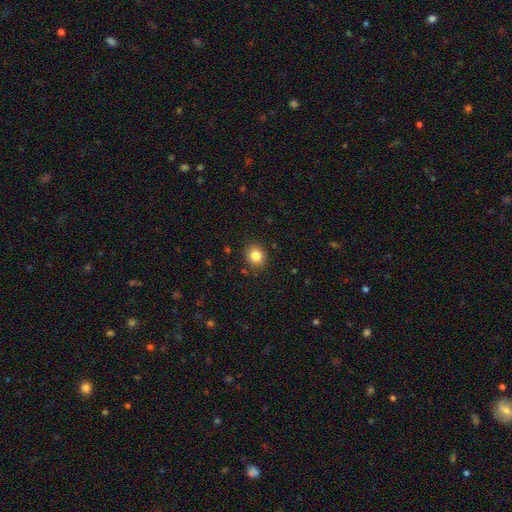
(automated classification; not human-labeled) A smooth galaxy with no disk features (83%) that is round (66%). Merging: none (89%).